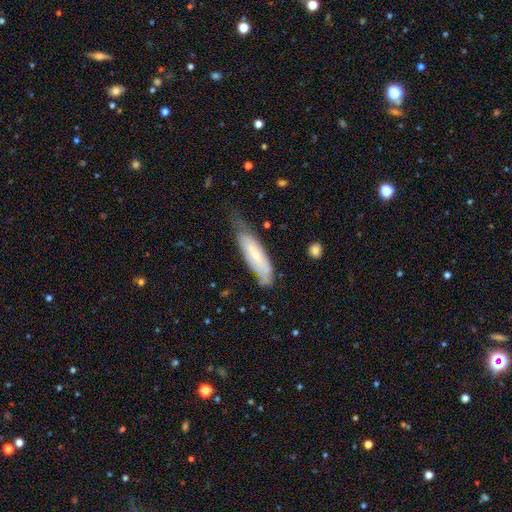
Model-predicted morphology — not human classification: Smooth or featured? smooth (54%)
How rounded? cigar-shaped (61%)
Merging? none (43%)